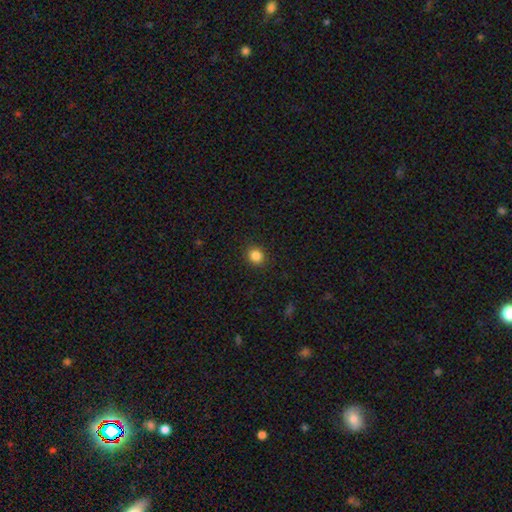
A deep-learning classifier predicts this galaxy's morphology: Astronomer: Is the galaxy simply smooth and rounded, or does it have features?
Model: smooth — 86%.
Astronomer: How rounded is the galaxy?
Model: round — 84%.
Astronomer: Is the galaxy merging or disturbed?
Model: none — 90%.